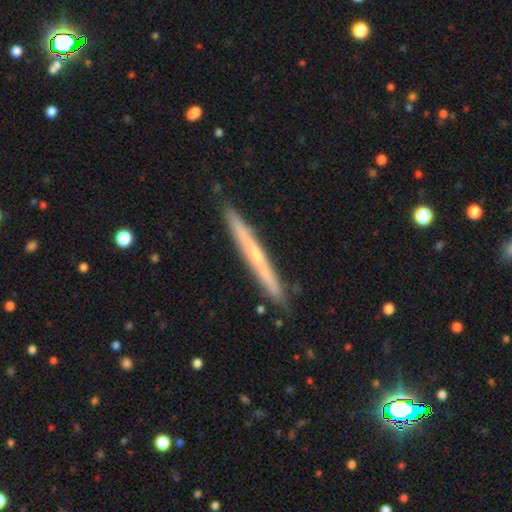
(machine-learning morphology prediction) type=featured or disk (56%); edge-on=yes (96%); edge-on bulge=none (60%); merging=none (90%).